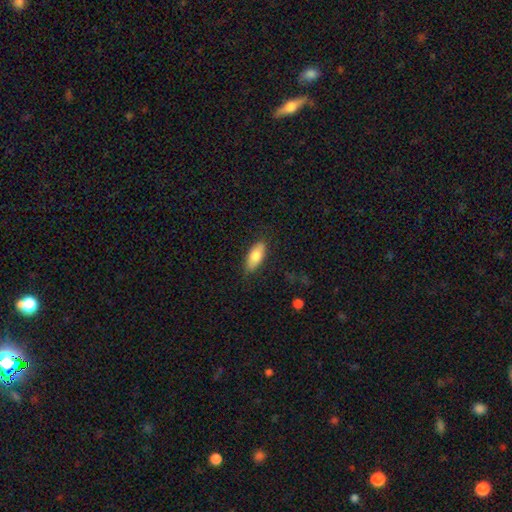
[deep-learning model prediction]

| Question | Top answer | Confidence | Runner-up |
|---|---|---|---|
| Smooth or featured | smooth | 78% | featured or disk (16%) |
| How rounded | in between | 82% | cigar-shaped (16%) |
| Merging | none | 84% | minor disturbance (12%) |